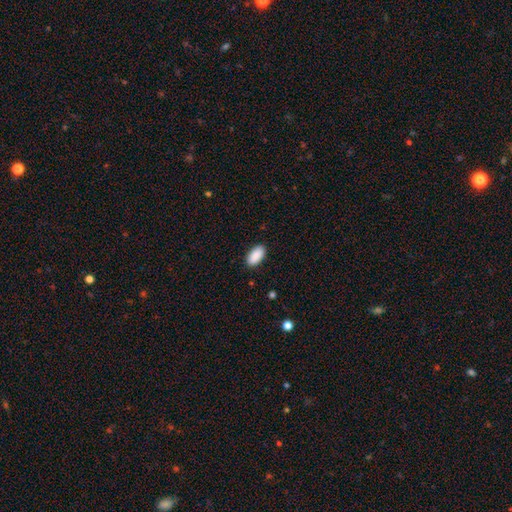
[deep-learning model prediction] Smooth or featured?
  - smooth: 91% *
  - star or artifact: 6%
  - featured or disk: 3%
How rounded?
  - in between: 94% *
  - cigar-shaped: 4%
  - round: 2%
Merging?
  - none: 89% *
  - minor disturbance: 8%
  - major disturbance: 2%
  - merger: 1%